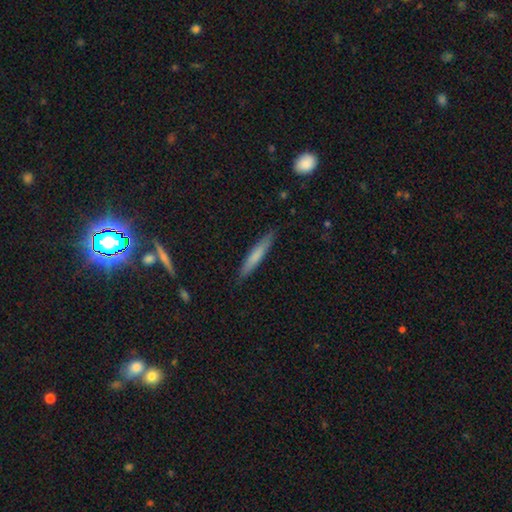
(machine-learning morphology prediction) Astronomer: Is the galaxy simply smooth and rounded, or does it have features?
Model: smooth — 66%.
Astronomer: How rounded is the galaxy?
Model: cigar-shaped — 93%.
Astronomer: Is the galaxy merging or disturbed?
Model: none — 88%.